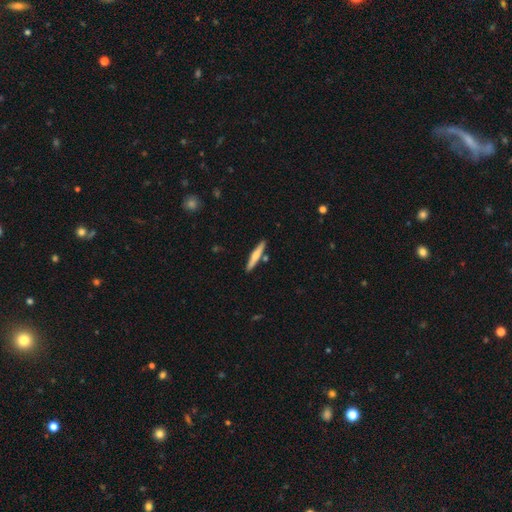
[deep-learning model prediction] Smooth or featured? Predicted: smooth (p=0.55). How rounded? Predicted: cigar-shaped (p=0.92). Merging? Predicted: none (p=0.86).